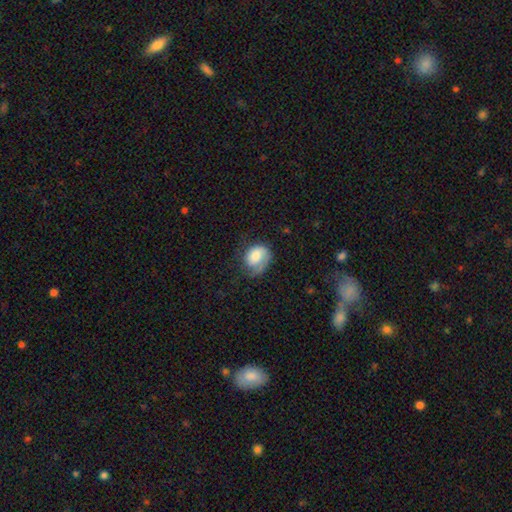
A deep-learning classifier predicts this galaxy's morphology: Q: Smooth or featured?
A: smooth (53%); runner-up: featured or disk (39%)
Q: How rounded?
A: in between (56%); runner-up: round (43%)
Q: Merging?
A: none (47%); runner-up: minor disturbance (28%)